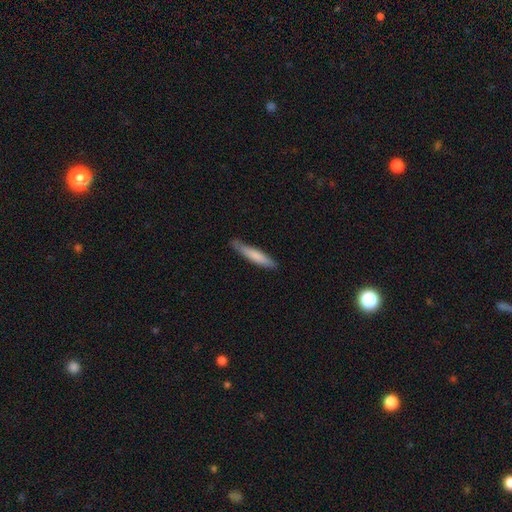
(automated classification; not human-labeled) Smooth or featured? Predicted: smooth (p=0.75). How rounded? Predicted: cigar-shaped (p=0.90). Merging? Predicted: none (p=0.80).